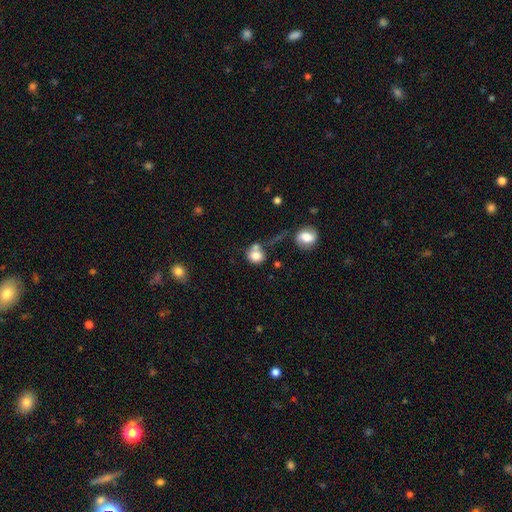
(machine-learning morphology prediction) smooth_or_featured: smooth (p=0.78) [alt: featured or disk p=0.13]
how_rounded: round (p=0.69) [alt: in between p=0.30]
merging: none (p=0.40) [alt: merger p=0.36]